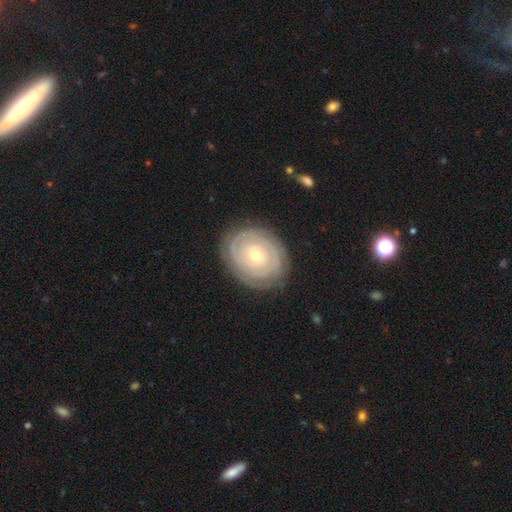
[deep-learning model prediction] Morphology: type=featured or disk (77%); edge-on=no (97%); bar=no (78%); spiral arms=yes (88%); winding=tight (86%); arm count=can't tell (43%); bulge=small (53%); merging=none (83%).